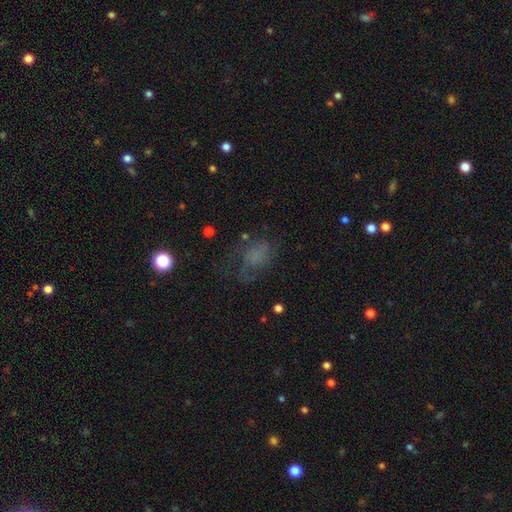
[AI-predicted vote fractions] Smooth or featured? smooth (46%)
Merging? none (45%)